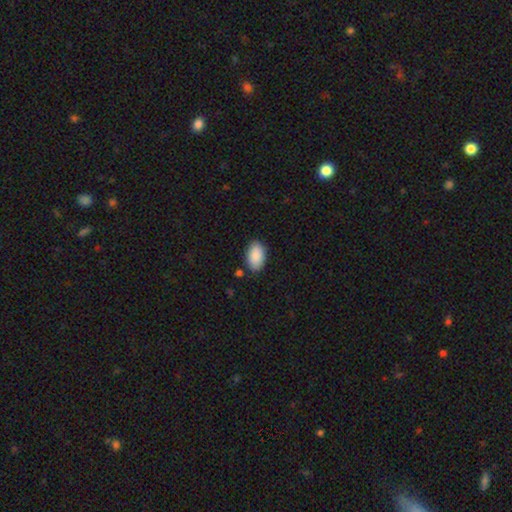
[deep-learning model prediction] smooth_or_featured: smooth (p=0.90) [alt: star or artifact p=0.06]
how_rounded: in between (p=0.94) [alt: round p=0.05]
merging: none (p=0.84) [alt: minor disturbance p=0.12]